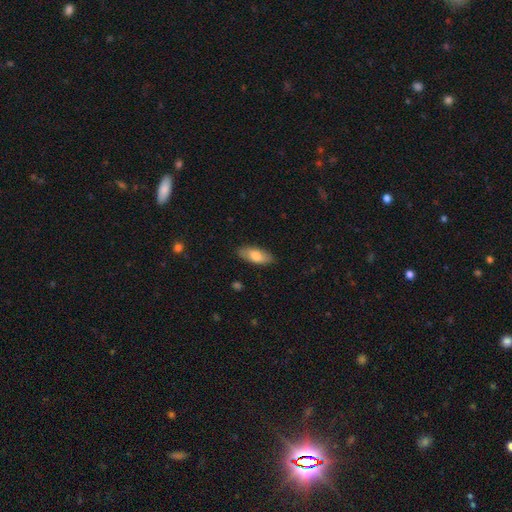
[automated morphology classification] This is likely a smooth galaxy (76%). How rounded: clearly in between (82%). Merging: clearly none (86%).